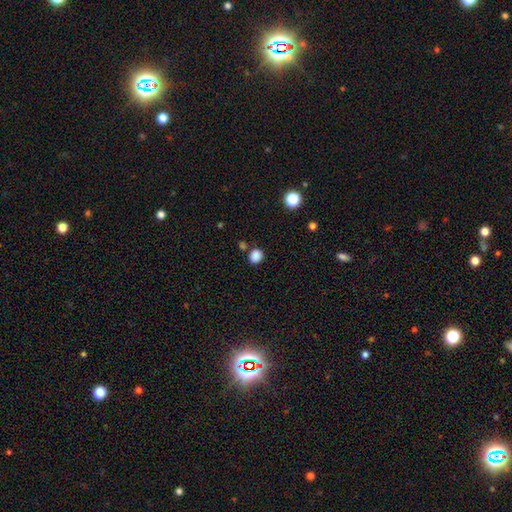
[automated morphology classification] Q: Smooth or featured?
A: smooth (85%); runner-up: star or artifact (12%)
Q: How rounded?
A: round (73%); runner-up: in between (26%)
Q: Merging?
A: none (78%); runner-up: minor disturbance (10%)